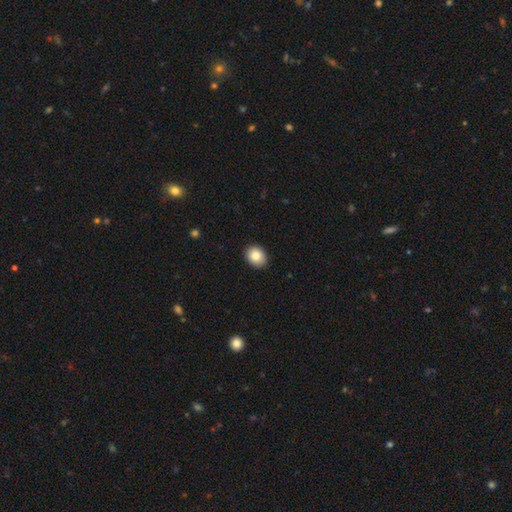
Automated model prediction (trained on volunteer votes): The model was most divided on "how rounded": in between: 51%, round: 48%, cigar-shaped: 1%. More confident: merging — none (90%); smooth or featured — smooth (84%).